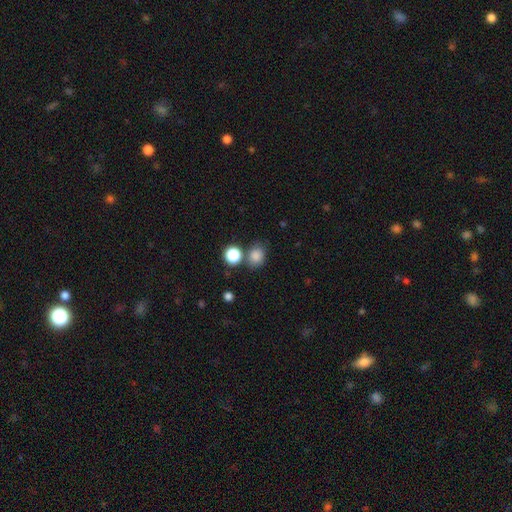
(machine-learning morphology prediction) smooth-or-featured: smooth: 83% | star or artifact: 12% | featured or disk: 5%
  how-rounded: round: 58% | in between: 41% | cigar-shaped: 1%
  merging: none: 67% | merger: 15% | minor disturbance: 13% | major disturbance: 4%